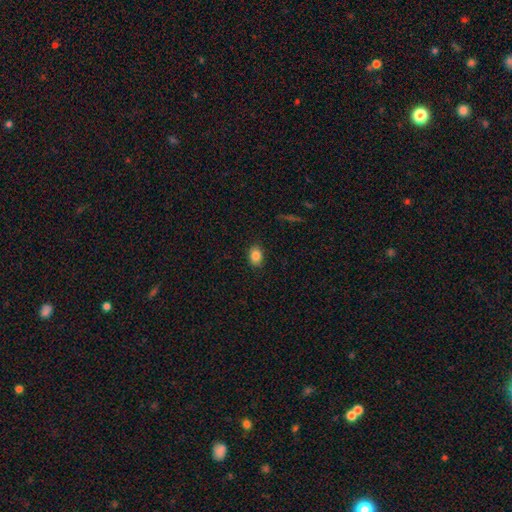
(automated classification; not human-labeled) This is clearly a smooth galaxy (85%). How rounded: likely in between (70%). Merging: clearly none (87%).